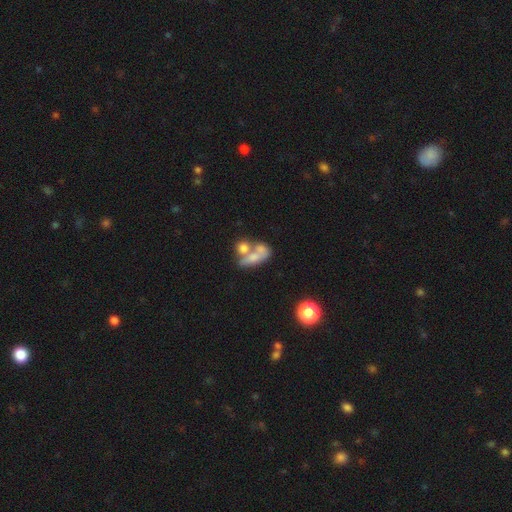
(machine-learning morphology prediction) Smooth or featured? smooth (57%)
How rounded? in between (72%)
Merging? merger (59%)